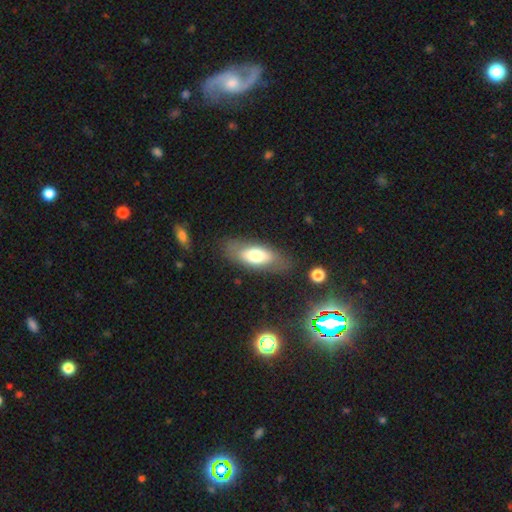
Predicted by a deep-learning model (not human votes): Q: Smooth or featured?
A: smooth (64%); runner-up: featured or disk (28%)
Q: How rounded?
A: in between (80%); runner-up: cigar-shaped (17%)
Q: Merging?
A: none (78%); runner-up: minor disturbance (15%)